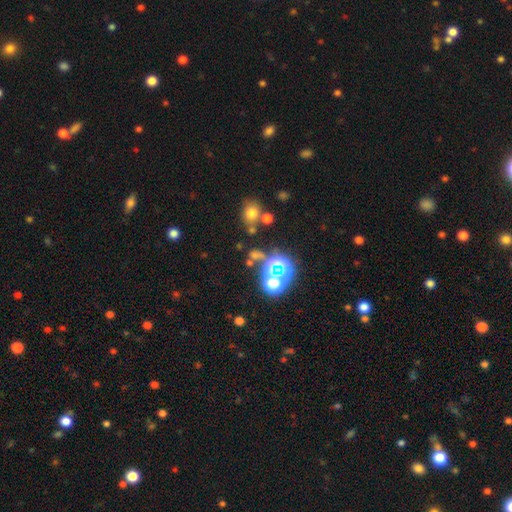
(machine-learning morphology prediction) A star or artifact, not a galaxy (52%).